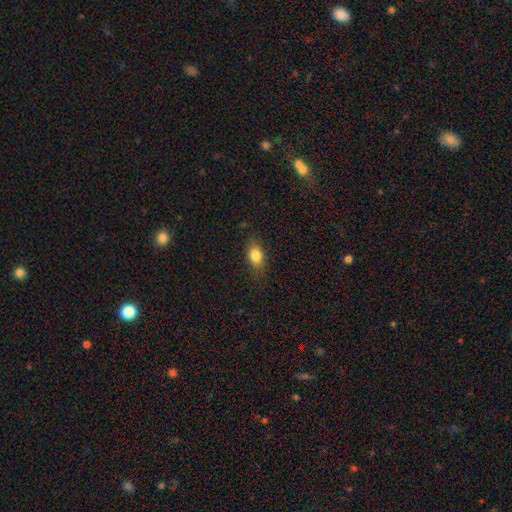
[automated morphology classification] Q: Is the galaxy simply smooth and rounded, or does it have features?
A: smooth — 82%.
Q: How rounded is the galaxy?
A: in between — 77%.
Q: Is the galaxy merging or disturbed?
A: none — 80%.